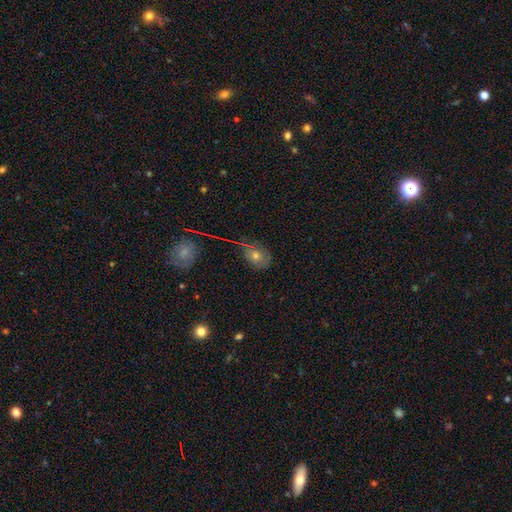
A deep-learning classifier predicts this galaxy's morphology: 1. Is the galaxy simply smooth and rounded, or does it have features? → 42% smooth, 37% featured or disk, 21% star or artifact.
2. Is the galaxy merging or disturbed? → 59% none, 23% minor disturbance, 13% major disturbance, 5% merger.